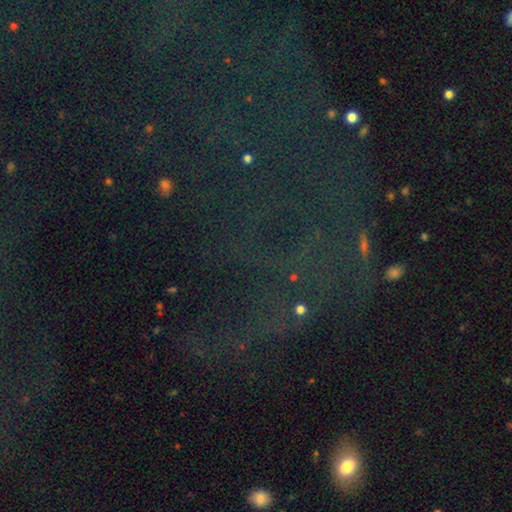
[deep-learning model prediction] star or artifact 73%, smooth 14%, featured or disk 13%.